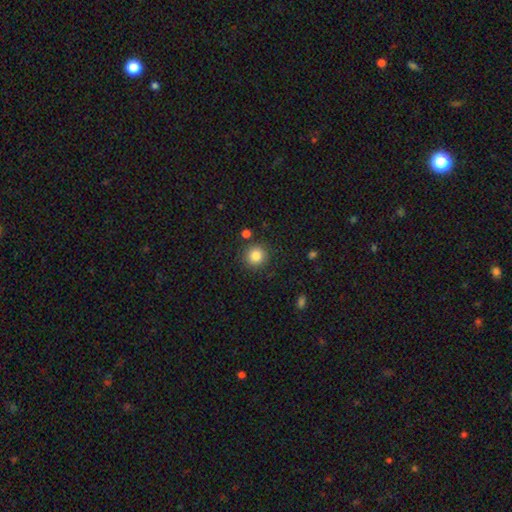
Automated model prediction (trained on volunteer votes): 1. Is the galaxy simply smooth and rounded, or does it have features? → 84% smooth, 10% star or artifact, 6% featured or disk.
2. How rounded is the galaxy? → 93% round, 6% in between, 1% cigar-shaped.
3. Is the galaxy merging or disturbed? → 87% none, 7% minor disturbance, 3% merger, 3% major disturbance.